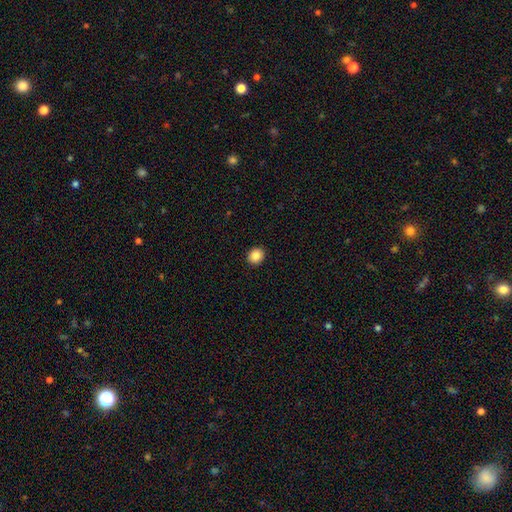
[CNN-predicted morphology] Smooth or featured? smooth (87%)
How rounded? round (77%)
Merging? none (92%)